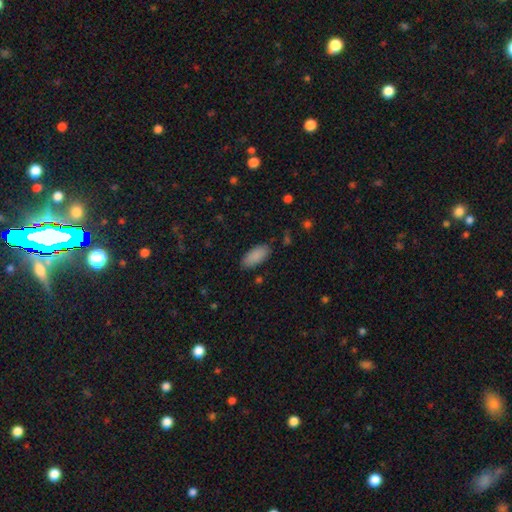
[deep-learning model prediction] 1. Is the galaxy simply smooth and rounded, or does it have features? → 89% smooth, 7% star or artifact, 5% featured or disk.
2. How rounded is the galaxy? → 90% in between, 9% cigar-shaped, 2% round.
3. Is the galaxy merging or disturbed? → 83% none, 12% minor disturbance, 3% major disturbance, 1% merger.